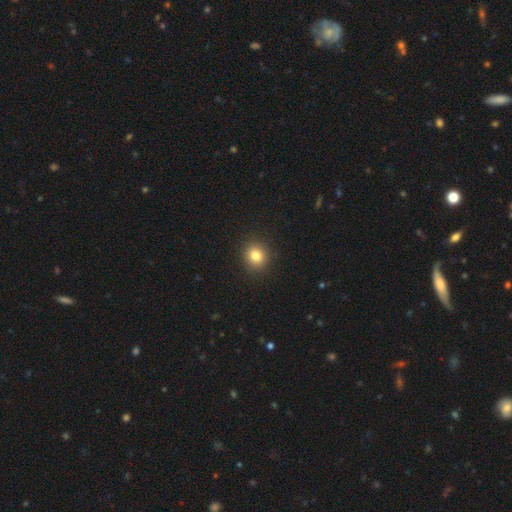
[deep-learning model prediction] Q: Smooth or featured?
A: smooth (82%); runner-up: star or artifact (12%)
Q: How rounded?
A: round (84%); runner-up: in between (15%)
Q: Merging?
A: none (91%); runner-up: minor disturbance (6%)